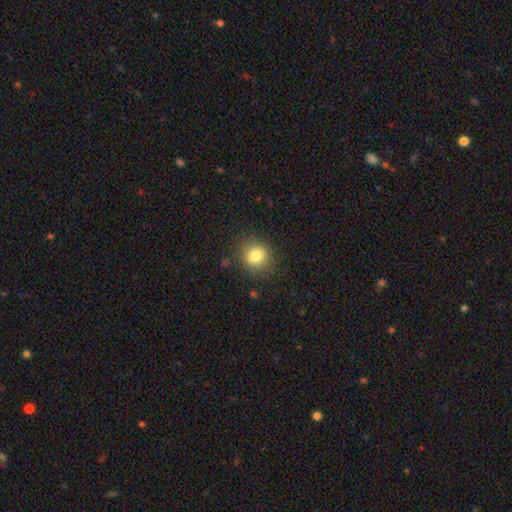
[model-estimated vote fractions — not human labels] Overall: smooth (82%). How rounded: round (79%). Merging: none (85%).